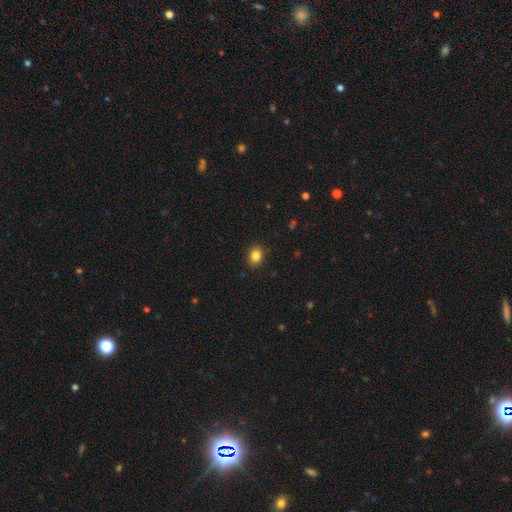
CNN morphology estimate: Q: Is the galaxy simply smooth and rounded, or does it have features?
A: smooth — 85%.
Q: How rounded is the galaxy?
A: in between — 50%.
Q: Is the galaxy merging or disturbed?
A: none — 89%.